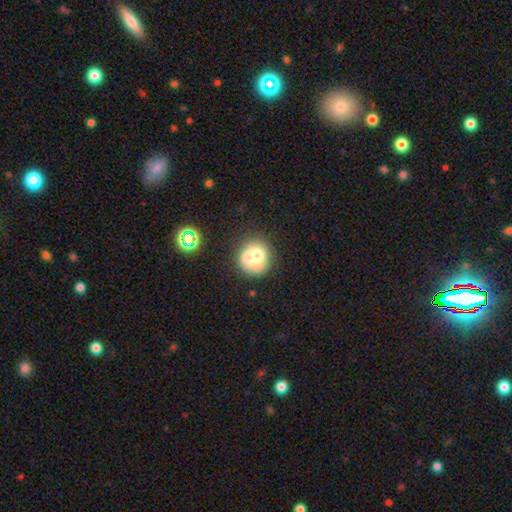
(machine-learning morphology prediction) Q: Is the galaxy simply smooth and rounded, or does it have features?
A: smooth — 60%.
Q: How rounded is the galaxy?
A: round — 81%.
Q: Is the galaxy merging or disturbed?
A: none — 40%.